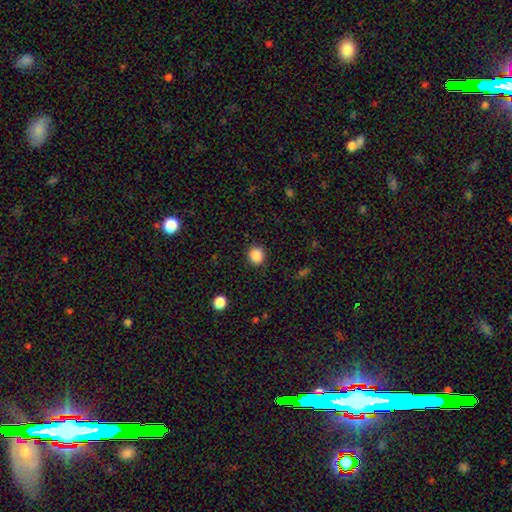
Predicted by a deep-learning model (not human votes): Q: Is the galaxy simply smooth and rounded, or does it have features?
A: smooth — 87%.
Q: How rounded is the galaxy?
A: round — 86%.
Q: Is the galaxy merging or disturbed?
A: none — 90%.